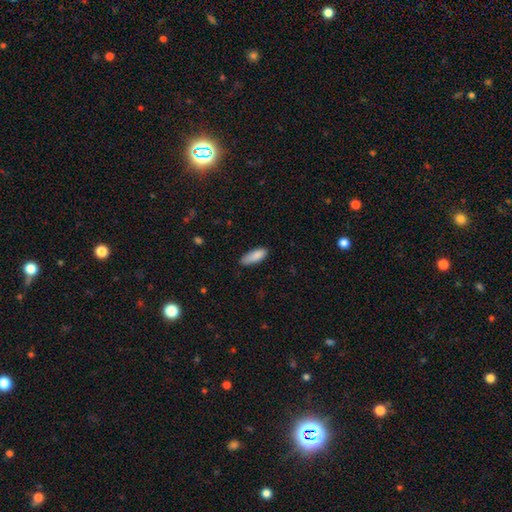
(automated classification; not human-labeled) Overall: smooth (88%). How rounded: in between (67%; cigar-shaped 31%). Merging: none (75%).